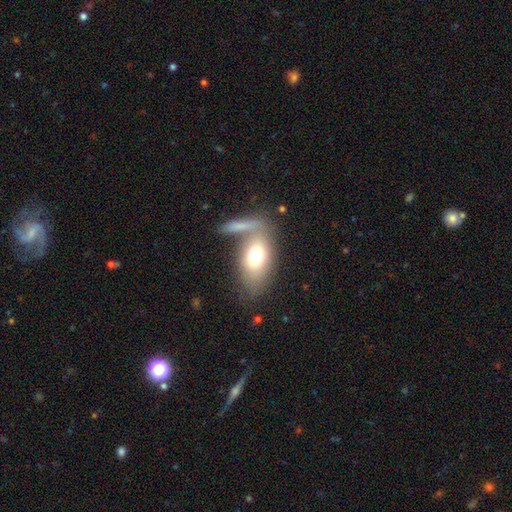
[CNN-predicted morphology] type=smooth (67%); roundness=in between (86%); merging=none (47%).